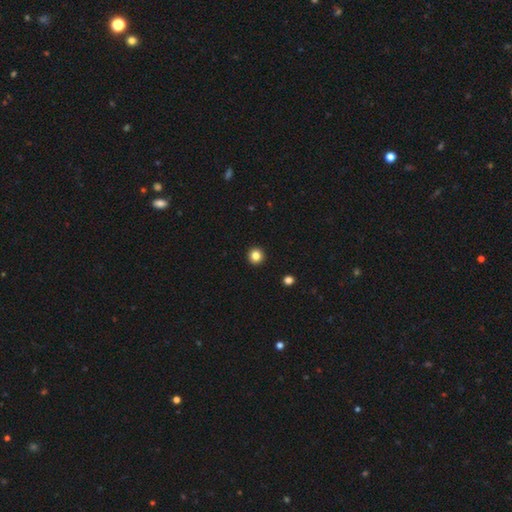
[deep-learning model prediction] Overall: smooth (84%). How rounded: round (95%). Merging: none (94%).